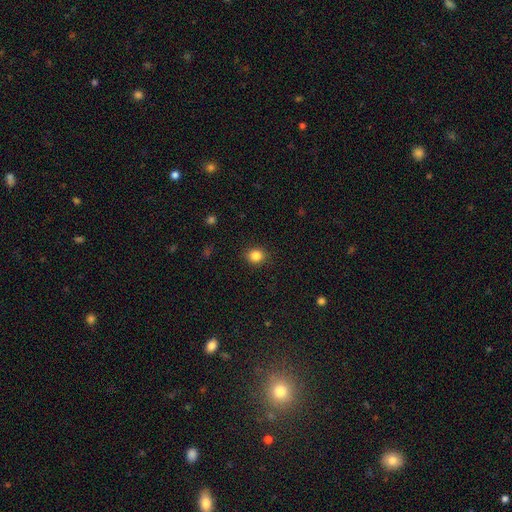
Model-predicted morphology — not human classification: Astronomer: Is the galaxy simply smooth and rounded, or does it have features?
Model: smooth — 85%.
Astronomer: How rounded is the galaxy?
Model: round — 74%.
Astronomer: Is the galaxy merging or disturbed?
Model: none — 90%.